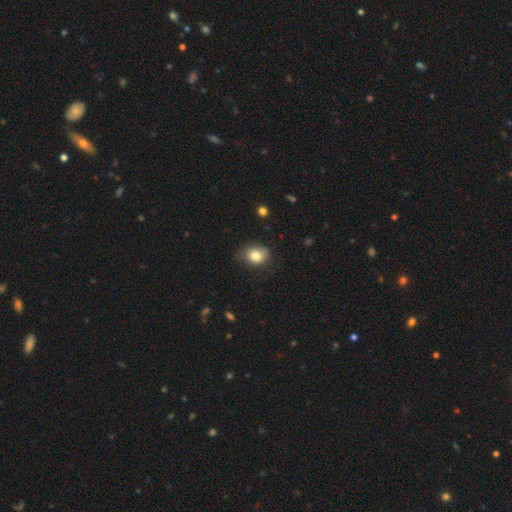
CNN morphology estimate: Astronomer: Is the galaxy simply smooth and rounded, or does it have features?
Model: smooth — 81%.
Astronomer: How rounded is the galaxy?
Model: in between — 50% (runner-up: round, 49%).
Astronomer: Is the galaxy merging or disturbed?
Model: none — 61%.